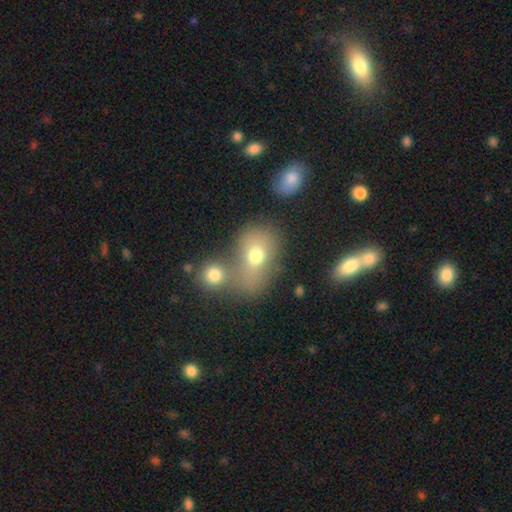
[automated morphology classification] type=smooth (69%); roundness=in between (58%); merging=merger (50%).